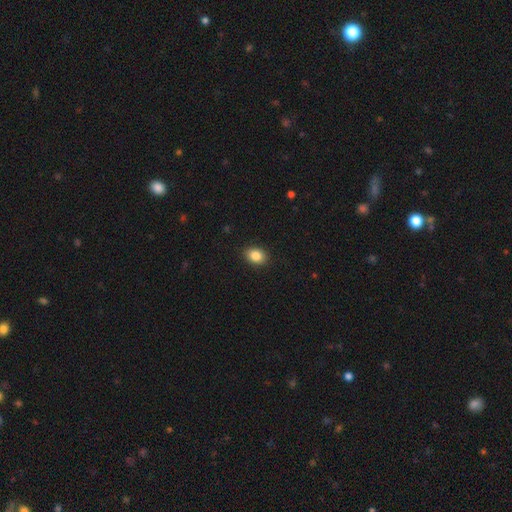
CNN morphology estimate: This is clearly a smooth galaxy (86%). How rounded: likely in between (69%). Merging: clearly none (90%).